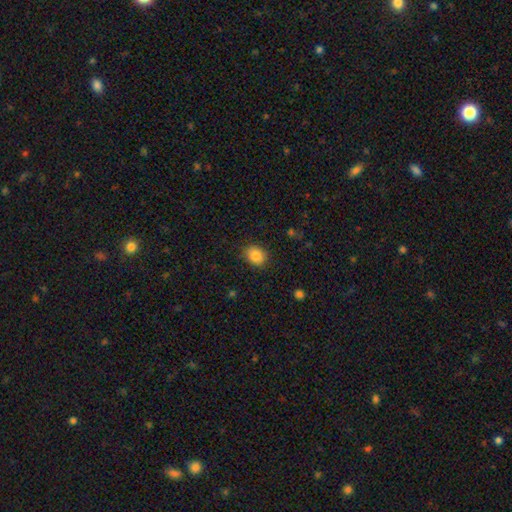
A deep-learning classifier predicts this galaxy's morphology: Smooth or featured?
  - smooth: 86% *
  - star or artifact: 9%
  - featured or disk: 5%
How rounded?
  - in between: 52% *
  - round: 47%
  - cigar-shaped: 1%
Merging?
  - none: 86% *
  - minor disturbance: 10%
  - major disturbance: 3%
  - merger: 1%